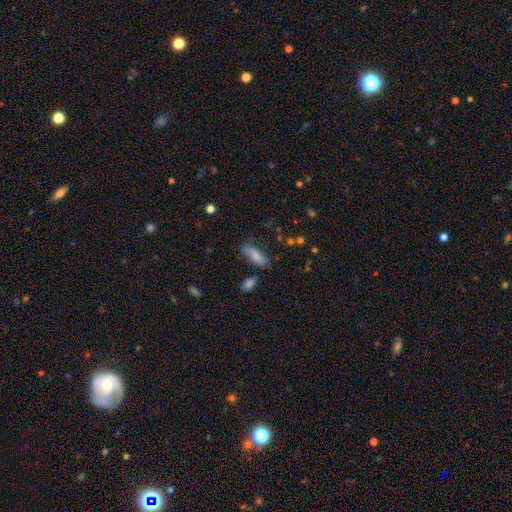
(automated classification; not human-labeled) This appears to be a smooth galaxy with no disk features (78%) that is in between round and cigar-shaped (70%). Merging: none (57%).